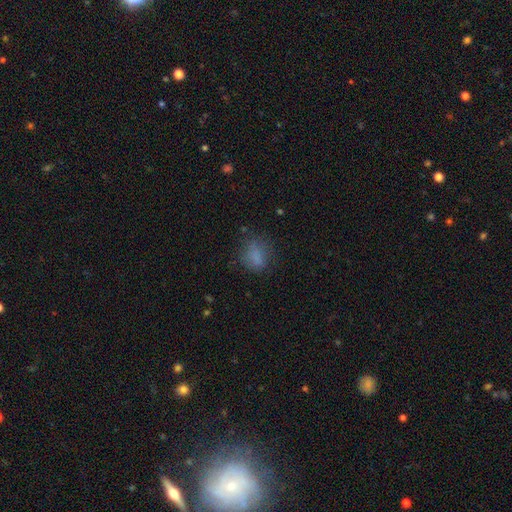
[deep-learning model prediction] smooth-or-featured: smooth: 75% | star or artifact: 14% | featured or disk: 11%
  how-rounded: in between: 56% | round: 42% | cigar-shaped: 3%
  merging: none: 64% | minor disturbance: 21% | major disturbance: 13% | merger: 2%